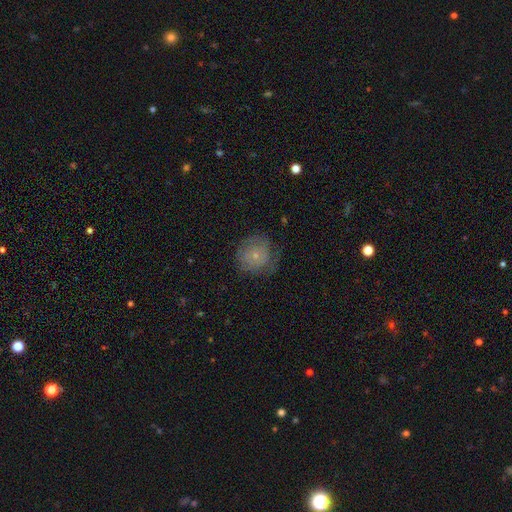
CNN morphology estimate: smooth_or_featured: smooth (p=0.56) [alt: featured or disk p=0.34]
how_rounded: round (p=0.86) [alt: in between p=0.13]
merging: none (p=0.60) [alt: minor disturbance p=0.24]